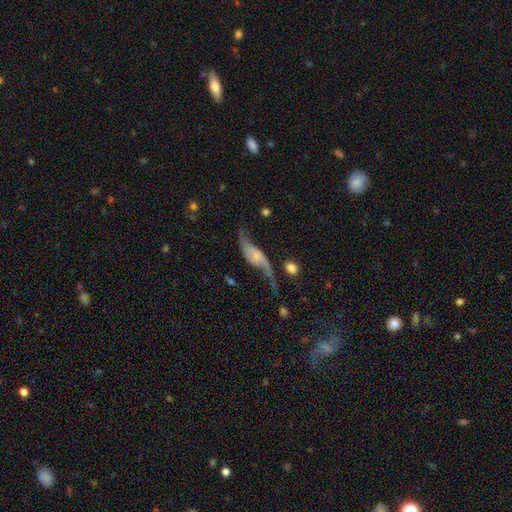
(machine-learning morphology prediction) Overall: featured or disk (81%). Edge-on disk: no (88%). Bar: no (61%; weak 29%). Spiral arms: yes (93%). Spiral arm count: 2 (92%). Spiral winding: loose (91%). Bulge size: small (45%; none 24%). Merging: none (55%; minor disturbance 21%).